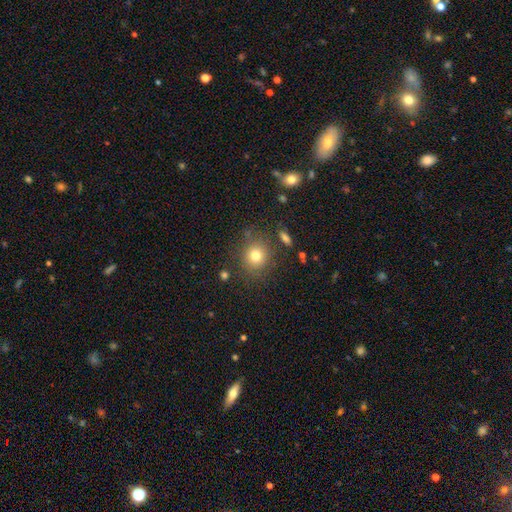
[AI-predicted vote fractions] Smooth or featured?
  - smooth: 78% *
  - star or artifact: 13%
  - featured or disk: 9%
How rounded?
  - round: 84% *
  - in between: 15%
  - cigar-shaped: 1%
Merging?
  - none: 82% *
  - minor disturbance: 10%
  - major disturbance: 4%
  - merger: 4%